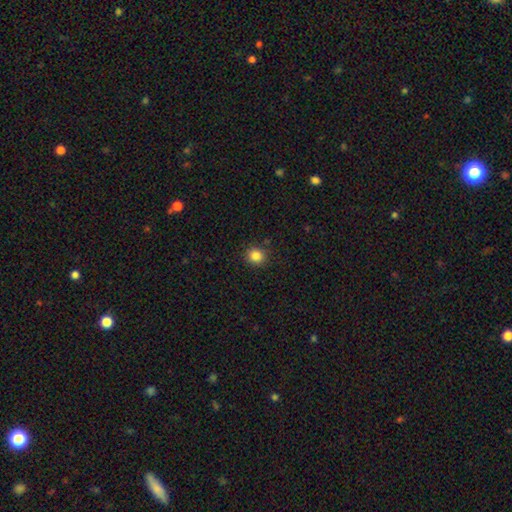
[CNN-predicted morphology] smooth 84%, star or artifact 11%, featured or disk 4%. Down the decision tree: how rounded — round (87%); merging — none (88%).